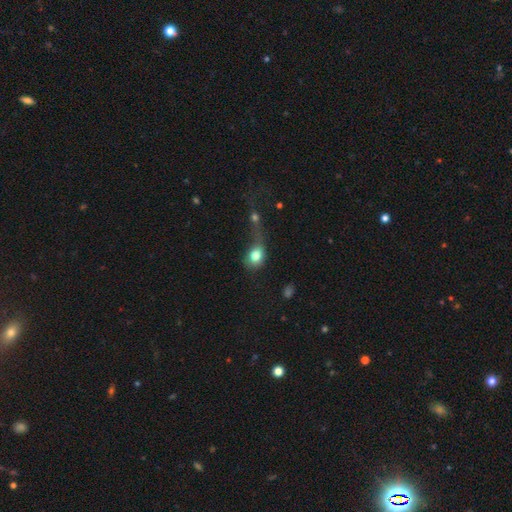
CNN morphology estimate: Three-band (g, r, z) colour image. It shows a smooth galaxy with no disk features (79%) that is round (51%). Merging: major disturbance (31%).